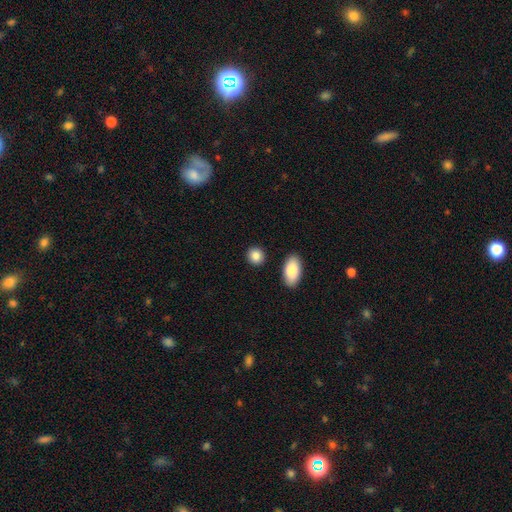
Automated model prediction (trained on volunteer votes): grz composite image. It shows a smooth galaxy with no disk features (87%) that is round (68%). Merging: none (88%).